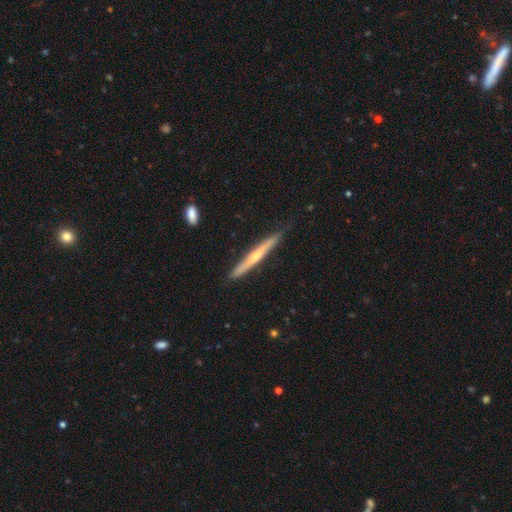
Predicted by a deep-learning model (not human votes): Overall: featured or disk (71%). Edge-on disk: yes (97%). Edge-on bulge: rounded (76%). Merging: none (88%).